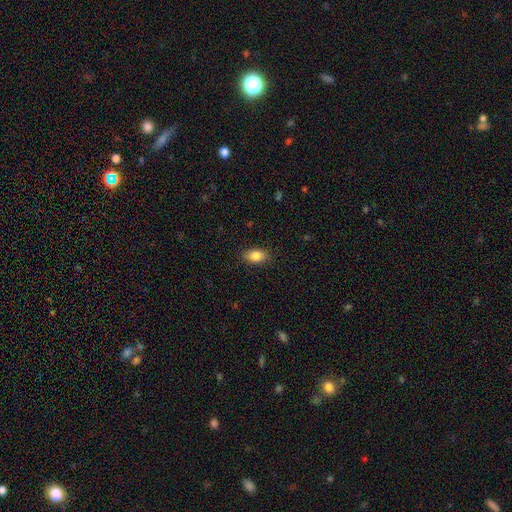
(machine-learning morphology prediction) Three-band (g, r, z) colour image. It shows a smooth galaxy with no disk features (85%) that is in between round and cigar-shaped (88%). Merging: none (87%).